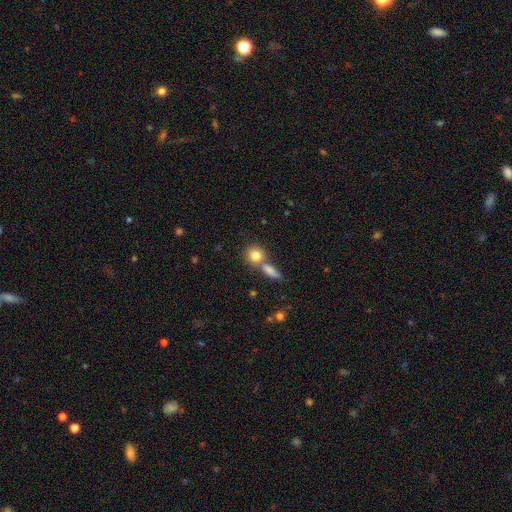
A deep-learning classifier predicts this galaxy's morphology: Smooth or featured?
  - smooth: 81% *
  - featured or disk: 10%
  - star or artifact: 9%
How rounded?
  - round: 78% *
  - in between: 19%
  - cigar-shaped: 3%
Merging?
  - none: 54% *
  - merger: 34%
  - minor disturbance: 9%
  - major disturbance: 3%